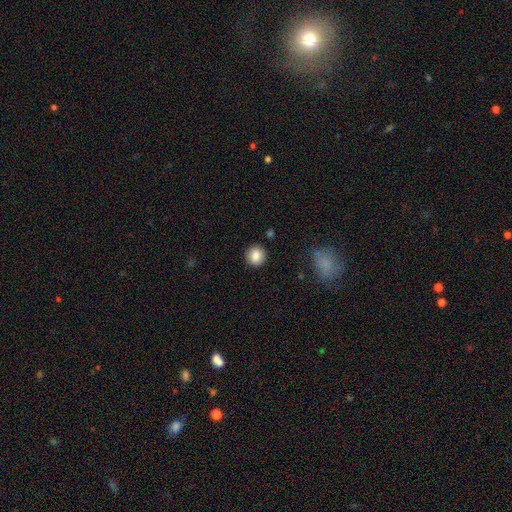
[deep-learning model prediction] Smooth or featured? smooth (86%)
How rounded? round (90%)
Merging? none (90%)